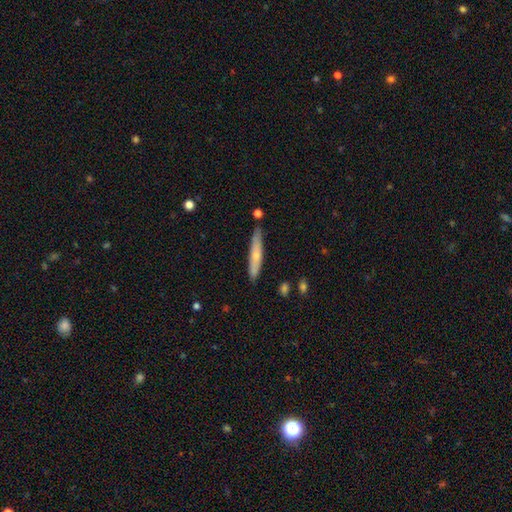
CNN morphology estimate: A smooth galaxy with no disk features (57%) that is cigar-shaped (90%). Merging: none (80%).